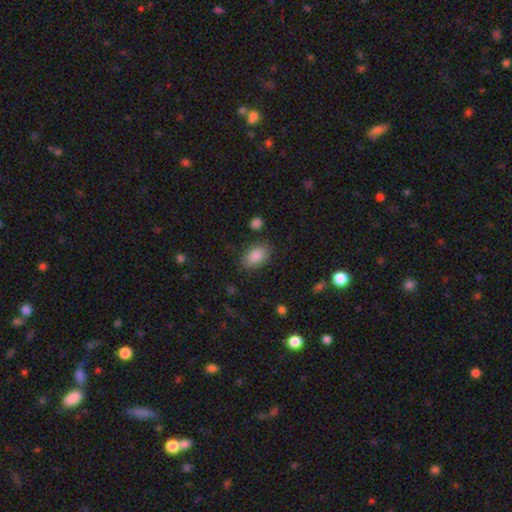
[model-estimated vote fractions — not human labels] Smooth or featured?
  - smooth: 86% *
  - star or artifact: 8%
  - featured or disk: 5%
How rounded?
  - in between: 89% *
  - round: 10%
  - cigar-shaped: 2%
Merging?
  - none: 82% *
  - minor disturbance: 12%
  - major disturbance: 4%
  - merger: 2%